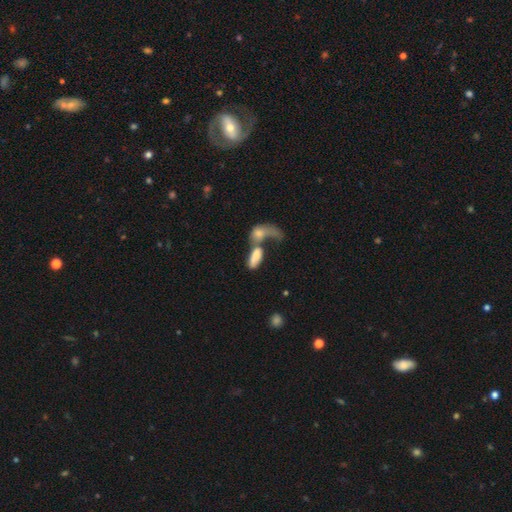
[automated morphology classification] smooth_or_featured: smooth (p=0.68) [alt: featured or disk p=0.23]
how_rounded: in between (p=0.80) [alt: cigar-shaped p=0.14]
merging: merger (p=0.65) [alt: major disturbance p=0.16]